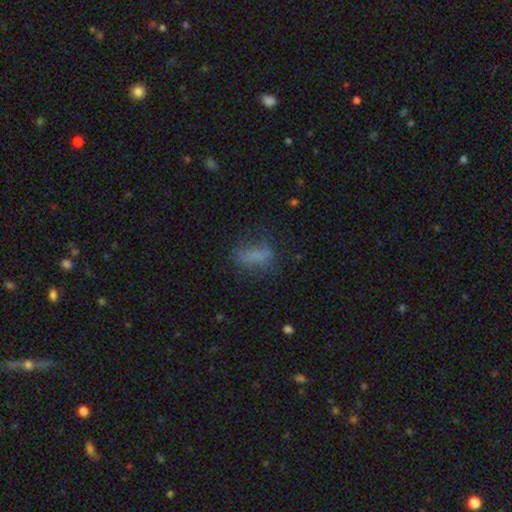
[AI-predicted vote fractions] Smooth or featured: smooth — 69% (featured or disk — 18%)
How rounded: in between — 69% (cigar-shaped — 24%)
Merging: none — 56% (minor disturbance — 23%)